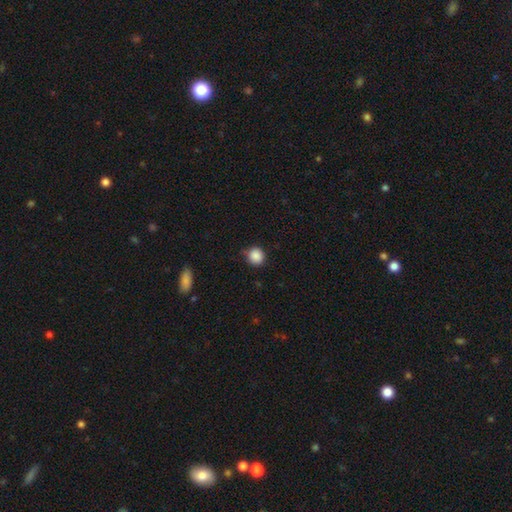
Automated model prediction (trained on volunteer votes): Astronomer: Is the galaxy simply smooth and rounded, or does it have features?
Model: smooth — 88%.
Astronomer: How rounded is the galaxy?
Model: round — 89%.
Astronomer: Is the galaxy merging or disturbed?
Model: none — 83%.